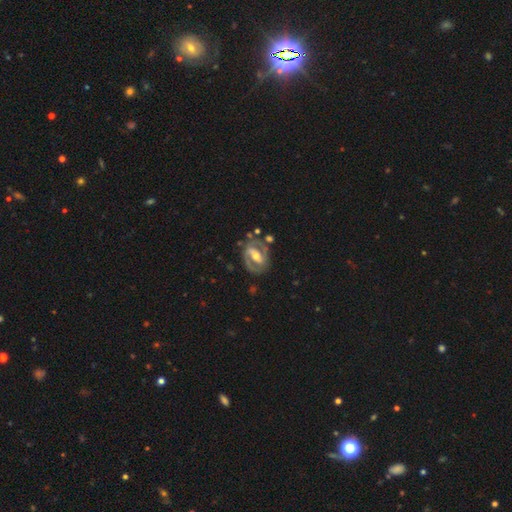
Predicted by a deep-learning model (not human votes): Smooth or featured? Predicted: featured or disk (p=0.85). Edge-on disk? Predicted: no (p=0.96). Bar? Predicted: strong (p=0.54). Spiral arms? Predicted: yes (p=0.87). Spiral winding? Predicted: medium (p=0.45). Spiral arm count? Predicted: 2 (p=0.87). Bulge size? Predicted: moderate (p=0.63). Merging? Predicted: none (p=0.74).